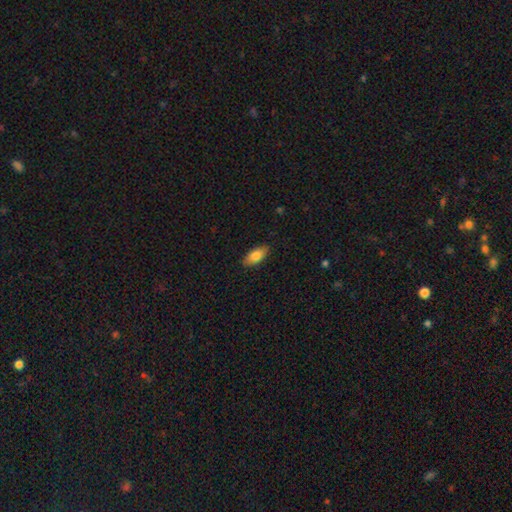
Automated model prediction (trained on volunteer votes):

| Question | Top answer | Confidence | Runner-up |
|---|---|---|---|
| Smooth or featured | smooth | 80% | featured or disk (13%) |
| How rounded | in between | 88% | cigar-shaped (9%) |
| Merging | none | 86% | minor disturbance (11%) |